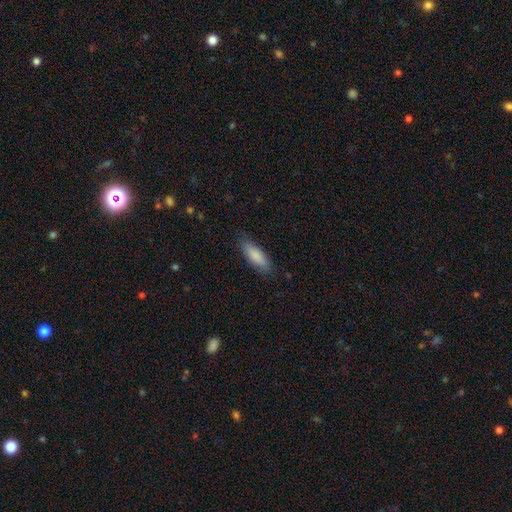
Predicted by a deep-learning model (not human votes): Overall: smooth (85%). How rounded: in between (58%; cigar-shaped 41%). Merging: none (82%).